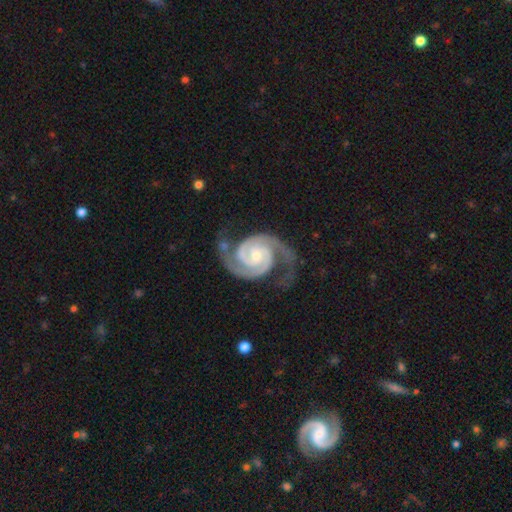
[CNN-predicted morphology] This appears to be a featured or disk galaxy (94%) with no bar (61%), 2 (92%) tight (56%) spiral arms (99%) and a small central bulge (58%). Merging: none (66%).